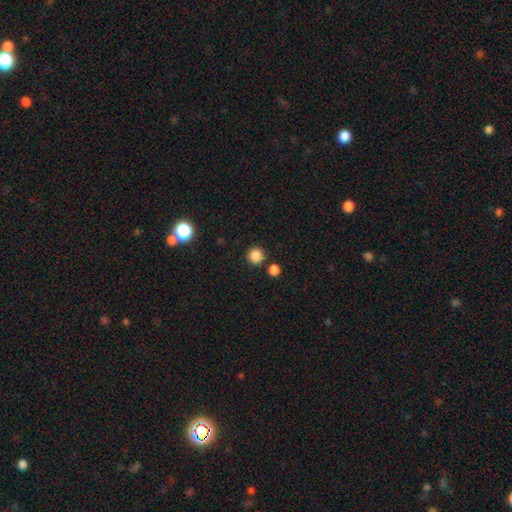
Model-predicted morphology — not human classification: A smooth galaxy with no disk features (85%) that is round (94%).

Vote fractions:
- Smooth or featured? smooth: 85% / star or artifact: 12% / featured or disk: 3%
- How rounded? round: 94% / in between: 5% / cigar-shaped: 1%
- Merging? none: 85% / merger: 7% / minor disturbance: 6% / major disturbance: 2%